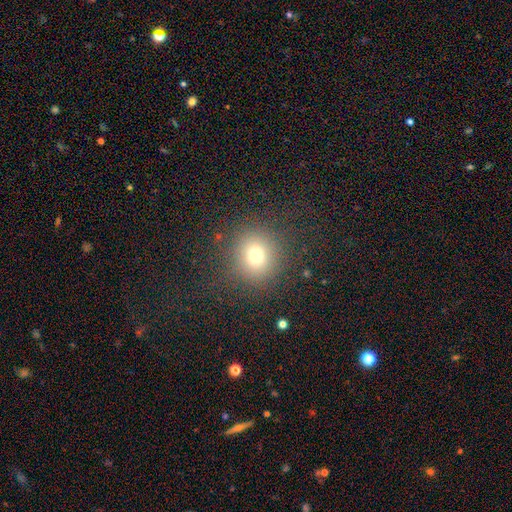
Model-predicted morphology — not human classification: Overall: smooth (71%). How rounded: round (87%). Merging: none (85%).